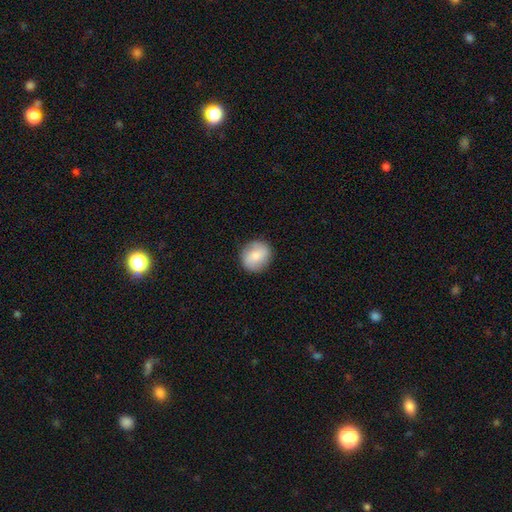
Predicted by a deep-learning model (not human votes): A smooth galaxy with no disk features (77%) that is round (85%). Merging: none (87%).